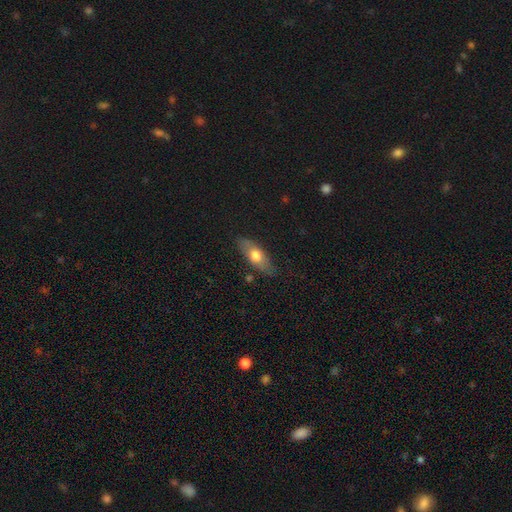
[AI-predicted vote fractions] Smooth or featured: smooth — 64% (featured or disk — 30%)
How rounded: in between — 73% (cigar-shaped — 23%)
Merging: none — 79% (minor disturbance — 16%)